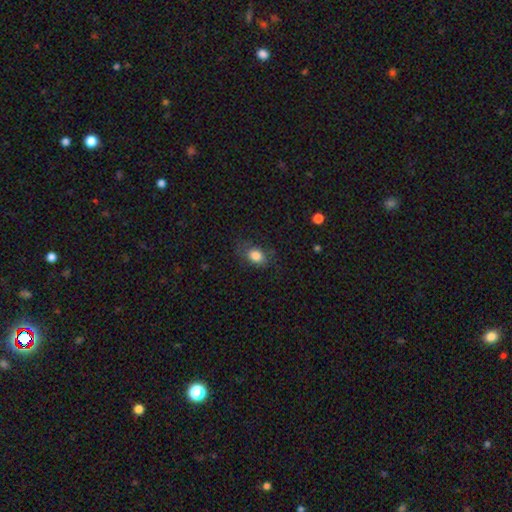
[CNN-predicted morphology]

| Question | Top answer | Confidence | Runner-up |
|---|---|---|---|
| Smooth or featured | smooth | 83% | star or artifact (9%) |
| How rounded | in between | 70% | round (28%) |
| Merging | none | 71% | minor disturbance (20%) |